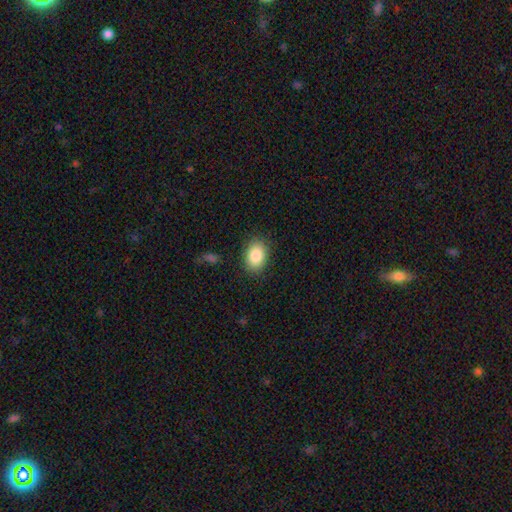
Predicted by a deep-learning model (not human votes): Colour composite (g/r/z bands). It shows a smooth galaxy with no disk features (87%) that is in between round and cigar-shaped (78%). Merging: none (86%).